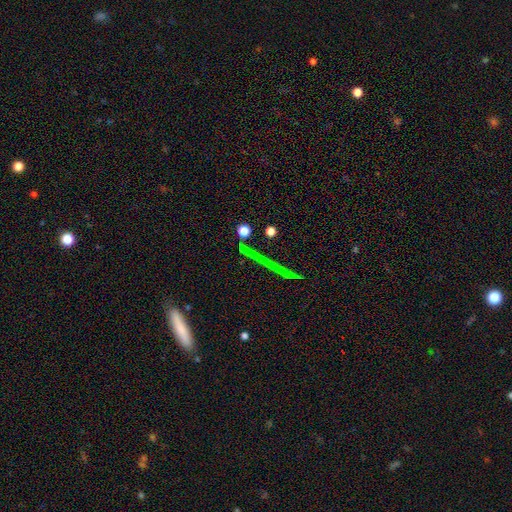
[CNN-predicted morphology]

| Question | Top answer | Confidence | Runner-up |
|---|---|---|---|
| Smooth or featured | star or artifact | 40% | featured or disk (37%) |